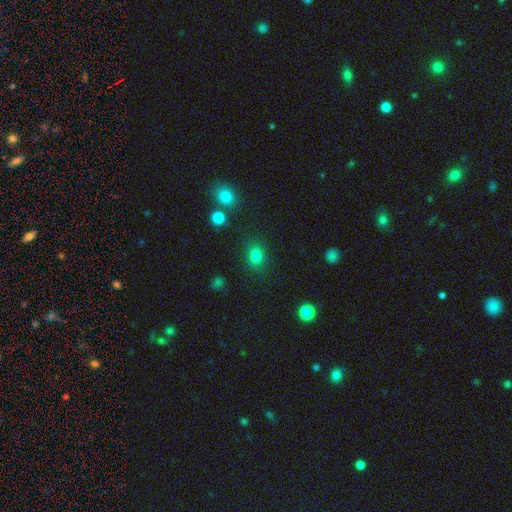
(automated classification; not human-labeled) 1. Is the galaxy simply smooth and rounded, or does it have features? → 81% smooth, 14% star or artifact, 6% featured or disk.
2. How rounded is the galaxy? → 51% round, 48% in between, 1% cigar-shaped.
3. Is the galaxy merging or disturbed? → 84% none, 10% minor disturbance, 3% major disturbance, 3% merger.